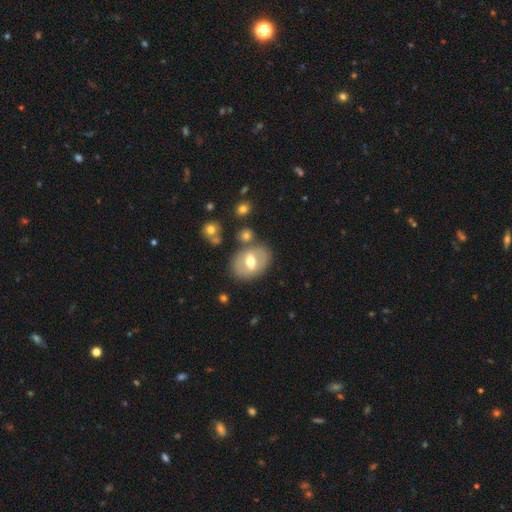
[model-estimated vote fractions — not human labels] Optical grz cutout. It shows a smooth galaxy with no disk features (43%). Merging: none (74%).